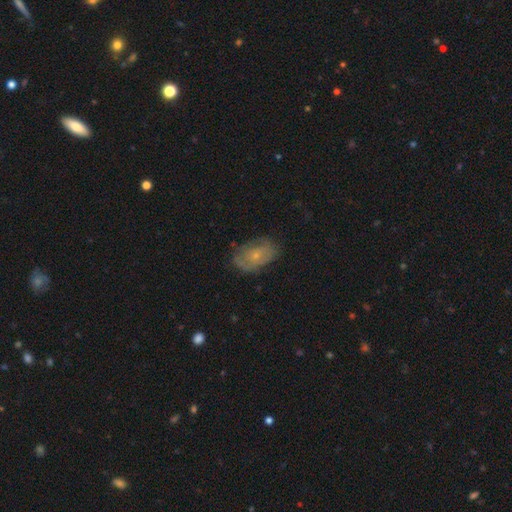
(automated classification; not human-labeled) smooth_or_featured: featured or disk (p=0.48) [alt: smooth p=0.43]
merging: none (p=0.64) [alt: minor disturbance p=0.25]